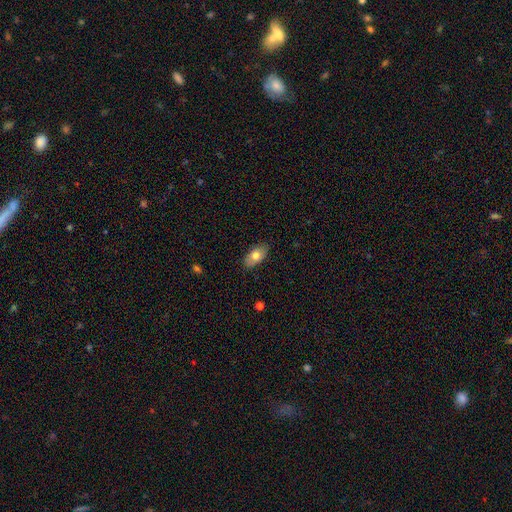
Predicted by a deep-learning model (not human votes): Smooth or featured: smooth — 73% (featured or disk — 20%)
How rounded: in between — 92% (round — 4%)
Merging: none — 86% (minor disturbance — 11%)